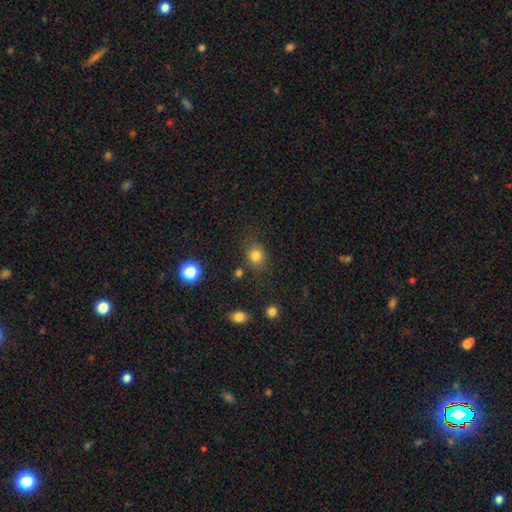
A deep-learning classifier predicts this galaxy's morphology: smooth-or-featured: smooth: 80% | star or artifact: 14% | featured or disk: 6%
  how-rounded: round: 71% | in between: 28% | cigar-shaped: 1%
  merging: none: 76% | minor disturbance: 14% | major disturbance: 5% | merger: 4%